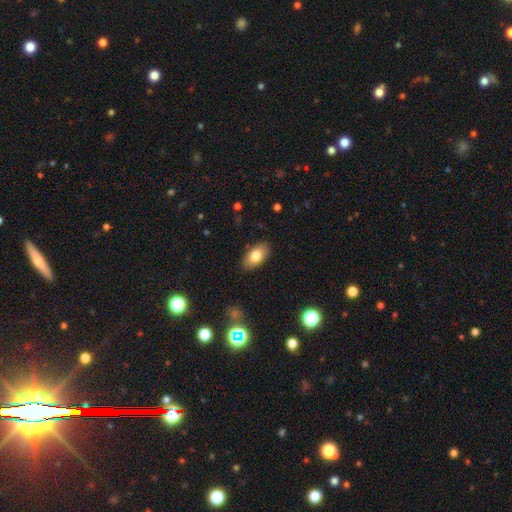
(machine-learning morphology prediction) A smooth galaxy with no disk features (79%) that is in between round and cigar-shaped (93%). Merging: none (87%).